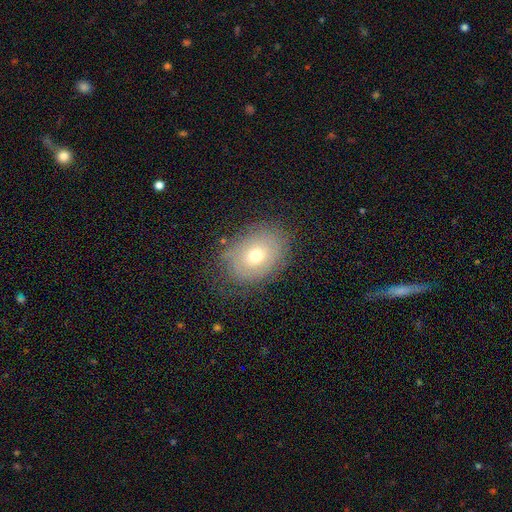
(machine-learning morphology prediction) This is possibly a smooth galaxy (53%). How rounded: likely in between (70%). Merging: likely none (72%).